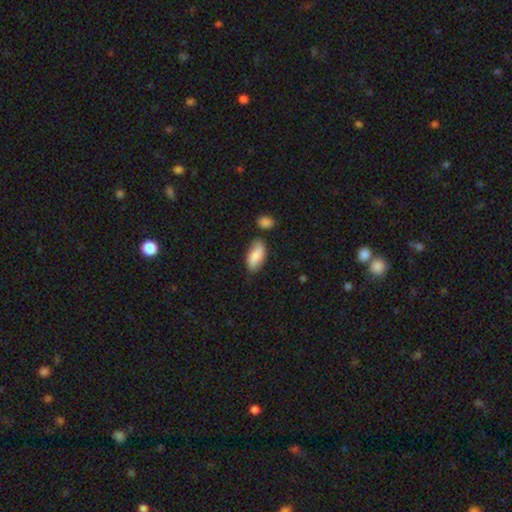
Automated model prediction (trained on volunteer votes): This is clearly a smooth galaxy (83%). How rounded: clearly in between (91%). Merging: likely none (64%).